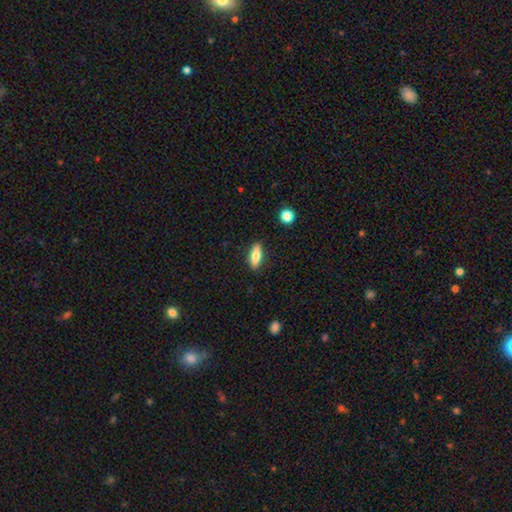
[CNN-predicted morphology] Smooth or featured?
  - smooth: 68% *
  - featured or disk: 25%
  - star or artifact: 7%
How rounded?
  - in between: 61% *
  - cigar-shaped: 35%
  - round: 3%
Merging?
  - none: 88% *
  - minor disturbance: 9%
  - major disturbance: 2%
  - merger: 1%